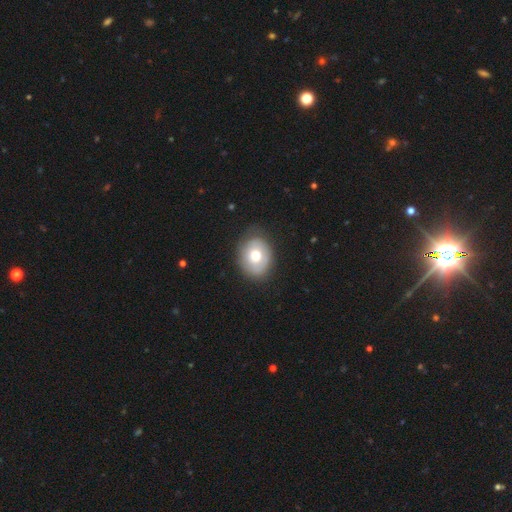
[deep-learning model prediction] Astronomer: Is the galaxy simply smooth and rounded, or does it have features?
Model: smooth — 66%.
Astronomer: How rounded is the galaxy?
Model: in between — 54% (runner-up: round, 45%).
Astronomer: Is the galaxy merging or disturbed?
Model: none — 74%.